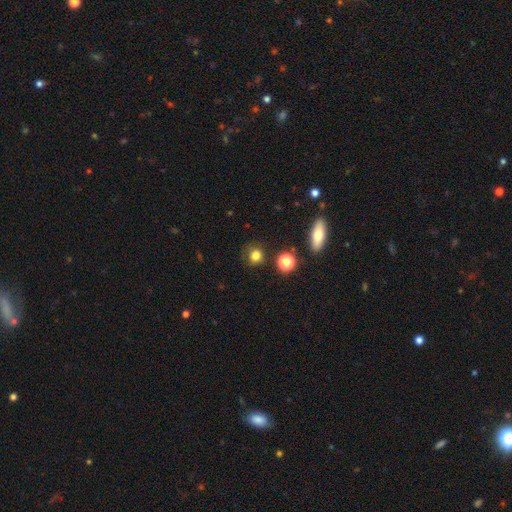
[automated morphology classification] Overall: smooth (79%). How rounded: round (80%). Merging: none (79%).